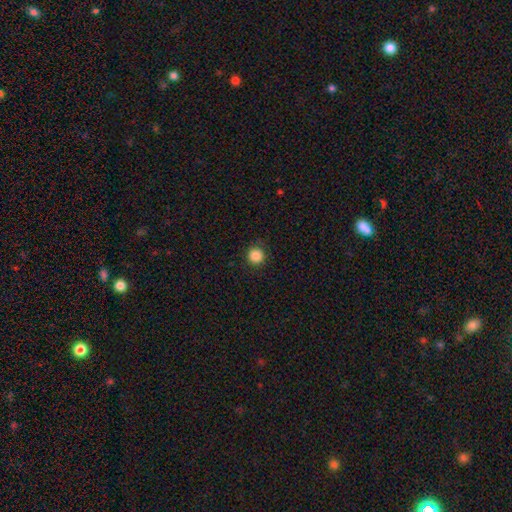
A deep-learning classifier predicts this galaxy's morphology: type=smooth (86%); roundness=round (95%); merging=none (90%).